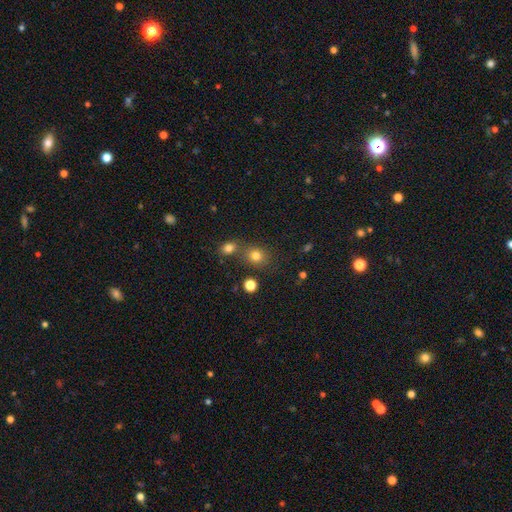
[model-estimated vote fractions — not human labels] Smooth or featured?
  - smooth: 78% *
  - star or artifact: 15%
  - featured or disk: 7%
How rounded?
  - round: 70% *
  - in between: 29%
  - cigar-shaped: 1%
Merging?
  - none: 67% *
  - merger: 19%
  - minor disturbance: 11%
  - major disturbance: 4%